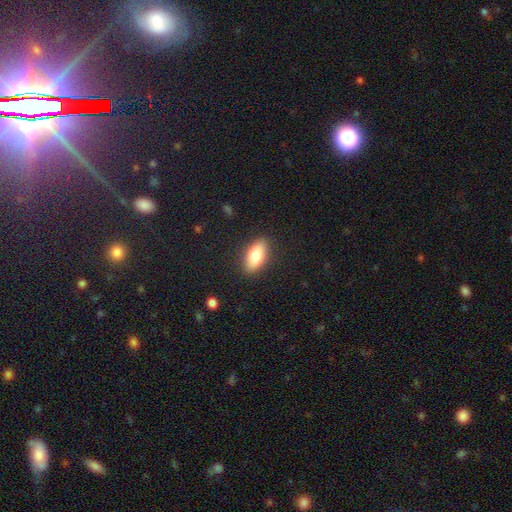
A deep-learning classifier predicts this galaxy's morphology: Smooth or featured? smooth (78%)
How rounded? in between (87%)
Merging? none (88%)